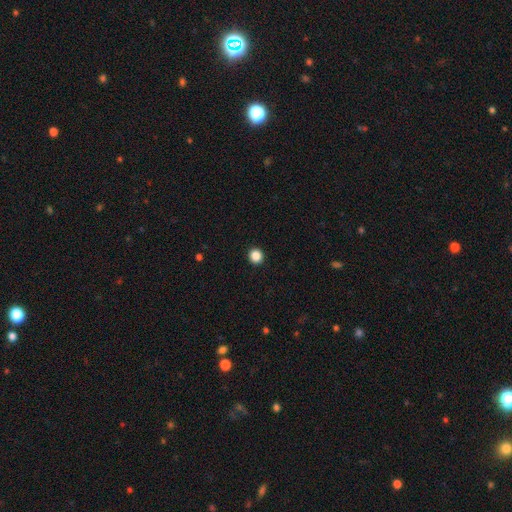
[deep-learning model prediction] smooth-or-featured: smooth: 87% | star or artifact: 11% | featured or disk: 3%
  how-rounded: round: 92% | in between: 7% | cigar-shaped: 1%
  merging: none: 94% | minor disturbance: 4% | major disturbance: 1% | merger: 1%